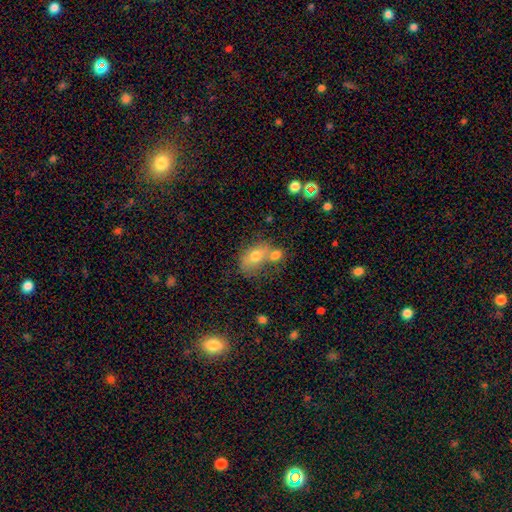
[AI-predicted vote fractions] Morphology: type=smooth (69%); roundness=in between (70%); merging=merger (51%).